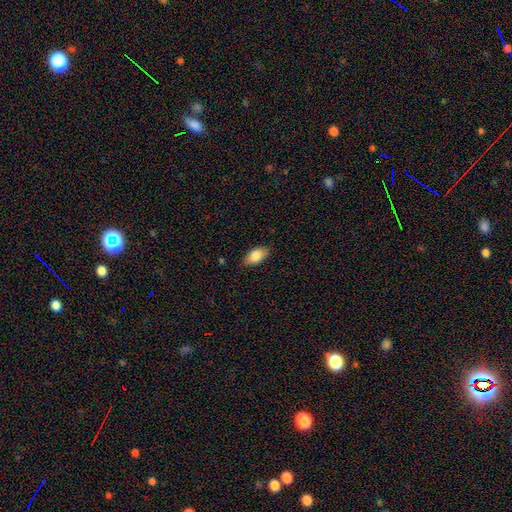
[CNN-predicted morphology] smooth 83%, featured or disk 10%, star or artifact 7%. Down the decision tree: how rounded — in between (92%); merging — none (83%).